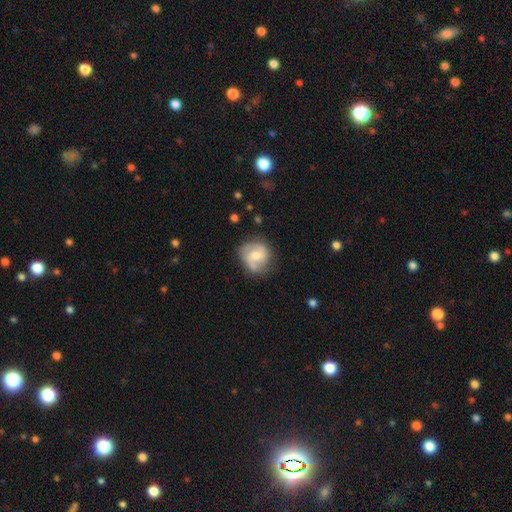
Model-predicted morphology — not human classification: type=featured or disk (63%); edge-on=no (98%); bar=no (47%); spiral arms=yes (88%); winding=medium (47%); arm count=2 (76%); bulge=moderate (54%); merging=none (64%).